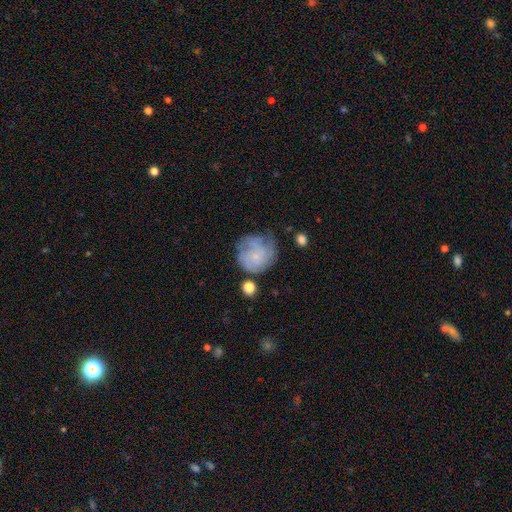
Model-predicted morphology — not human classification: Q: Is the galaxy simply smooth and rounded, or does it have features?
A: featured or disk — 61%.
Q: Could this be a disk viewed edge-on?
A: no — 98%.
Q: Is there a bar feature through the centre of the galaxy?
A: no — 77%.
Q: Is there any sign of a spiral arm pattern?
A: yes — 86%.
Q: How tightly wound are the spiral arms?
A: tight — 54%.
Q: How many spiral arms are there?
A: can't tell — 38%.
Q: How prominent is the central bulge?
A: small — 59%.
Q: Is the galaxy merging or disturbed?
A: none — 58%.